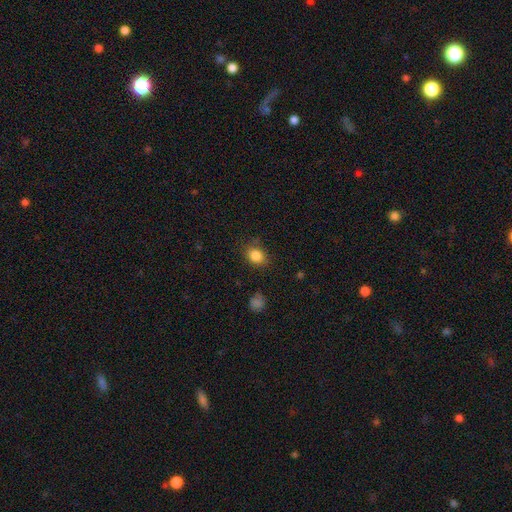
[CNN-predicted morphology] This appears to be a smooth galaxy with no disk features (85%) that is in between round and cigar-shaped (53%). Merging: none (81%).